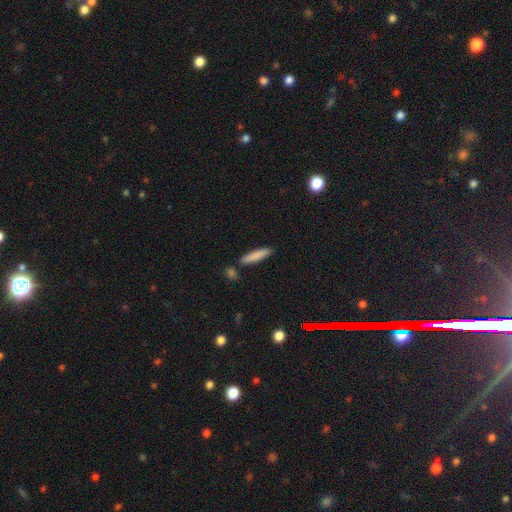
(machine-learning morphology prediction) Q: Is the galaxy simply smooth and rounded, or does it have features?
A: smooth — 85%.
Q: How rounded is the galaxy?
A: cigar-shaped — 82%.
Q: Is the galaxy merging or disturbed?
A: none — 84%.